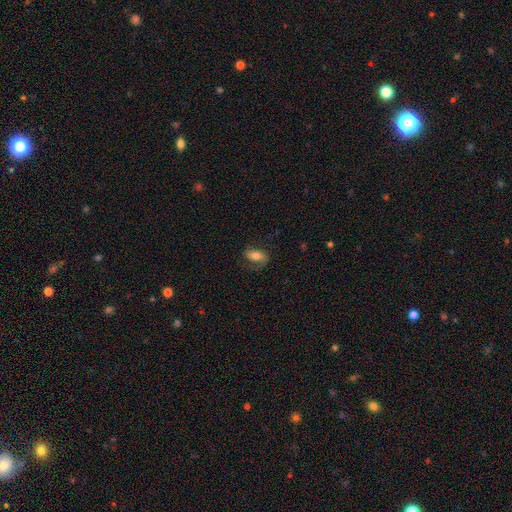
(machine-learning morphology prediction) type=featured or disk (46%); merging=none (62%).